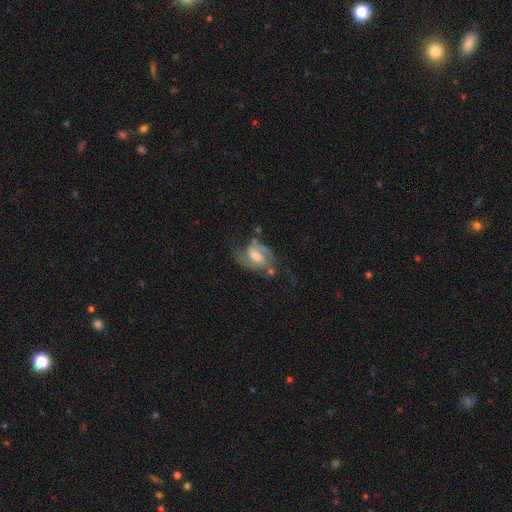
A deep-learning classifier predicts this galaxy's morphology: Overall: featured or disk (80%). Edge-on disk: no (97%). Bar: weak (54%; no 23%). Spiral arms: yes (94%). Spiral arm count: 2 (83%). Spiral winding: medium (52%; tight 25%). Bulge size: moderate (56%; small 22%). Merging: none (51%; minor disturbance 23%).